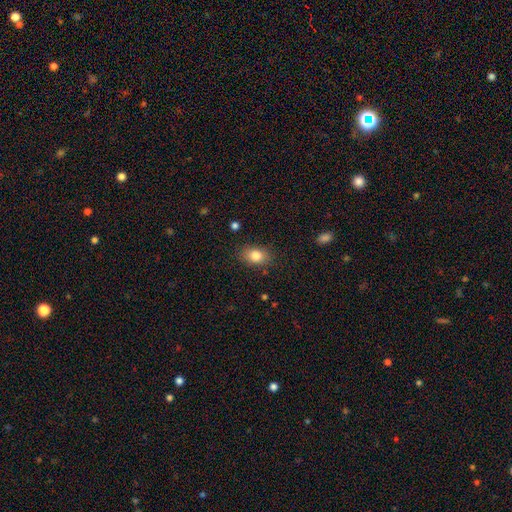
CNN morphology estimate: type=smooth (82%); roundness=in between (79%); merging=none (85%).